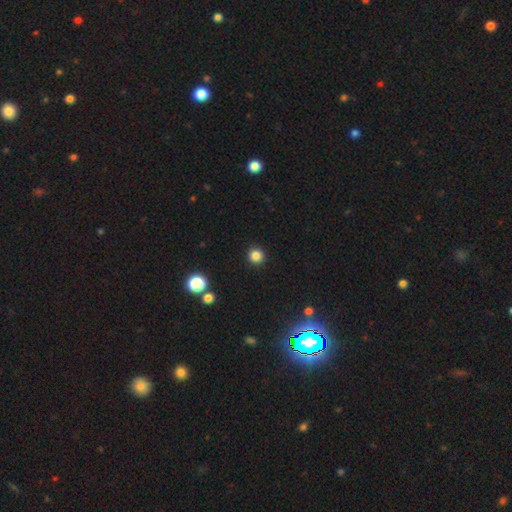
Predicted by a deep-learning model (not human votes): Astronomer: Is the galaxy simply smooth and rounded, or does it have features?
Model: smooth — 83%.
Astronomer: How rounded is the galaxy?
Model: round — 94%.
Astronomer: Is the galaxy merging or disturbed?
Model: none — 92%.